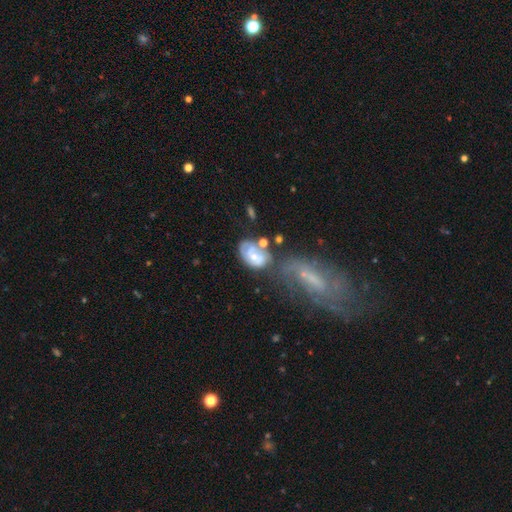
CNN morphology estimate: featured or disk 57%, smooth 35%, star or artifact 9%. Down the decision tree: edge-on disk — no (95%); bar — no (71%); spiral arms — yes (57%); bulge size — small (48%); merging — merger (34%).